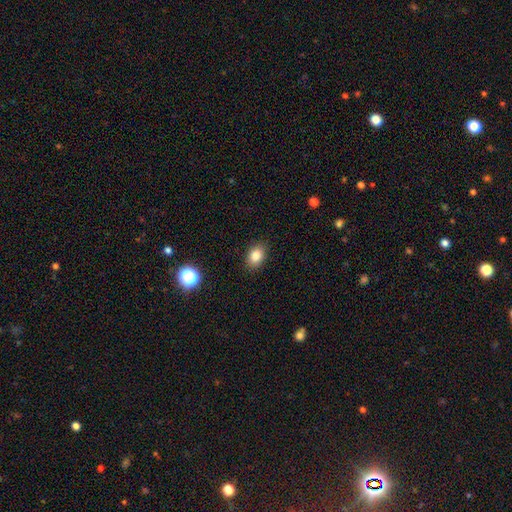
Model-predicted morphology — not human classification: This appears to be a smooth galaxy with no disk features (84%) that is in between round and cigar-shaped (77%). Merging: none (88%).